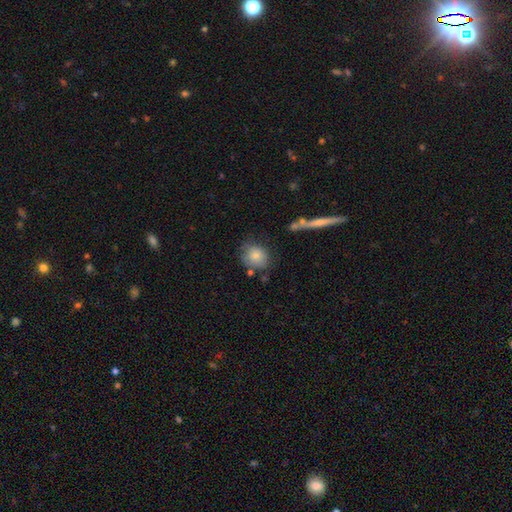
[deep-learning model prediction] Smooth or featured? Predicted: smooth (p=0.81). How rounded? Predicted: round (p=0.74). Merging? Predicted: none (p=0.64).